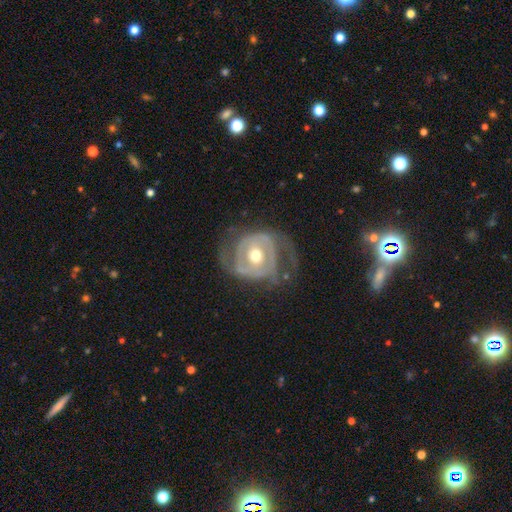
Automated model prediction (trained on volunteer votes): The model was most divided on "spiral winding": tight: 49%, medium: 34%, loose: 17%. More confident: edge-on disk — no (97%); smooth or featured — featured or disk (82%); spiral arms — yes (79%); bulge size — moderate (76%); bar — no (62%); merging — none (53%); spiral arm count — 2 (51%).